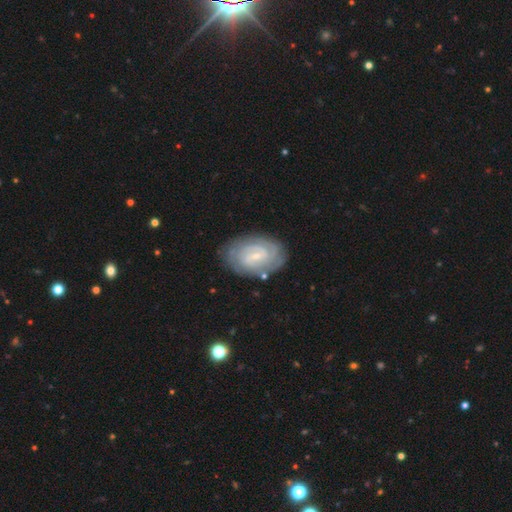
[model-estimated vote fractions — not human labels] smooth_or_featured: featured or disk (p=0.84) [alt: smooth p=0.11]
disk_edge_on: no (p=0.97) [alt: yes p=0.03]
bar: weak (p=0.54) [alt: no p=0.28]
has_spiral_arms: yes (p=0.95) [alt: no p=0.05]
spiral_winding: tight (p=0.72) [alt: medium p=0.23]
spiral_arm_count: 2 (p=0.40) [alt: can't tell p=0.28]
bulge_size: small (p=0.75) [alt: moderate p=0.20]
merging: none (p=0.79) [alt: minor disturbance p=0.14]